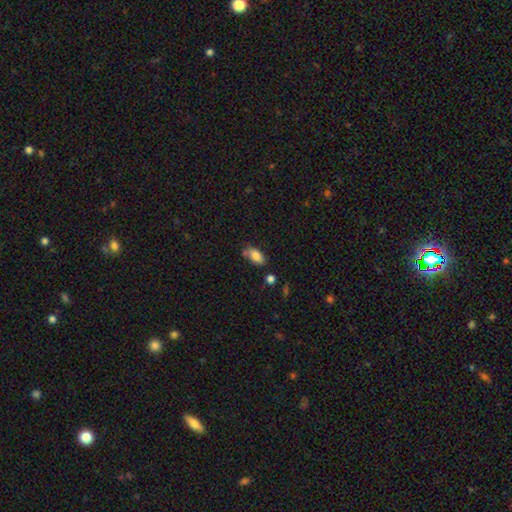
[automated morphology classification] Overall: smooth (82%). How rounded: in between (92%). Merging: none (66%).